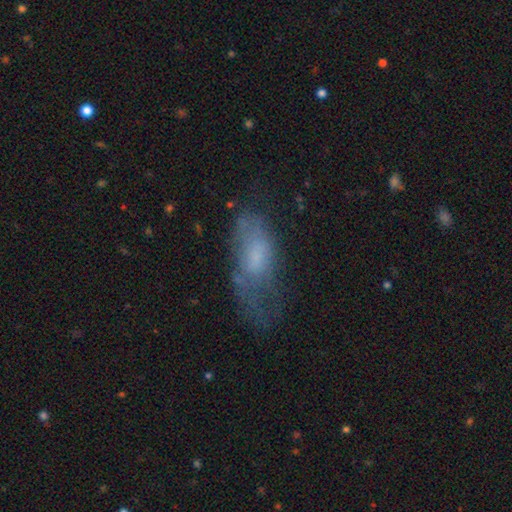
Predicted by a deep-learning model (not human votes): The model was most divided on "merging": none: 38%, major disturbance: 31%, minor disturbance: 28%, merger: 3%. More confident: how rounded — in between (80%); smooth or featured — smooth (53%).